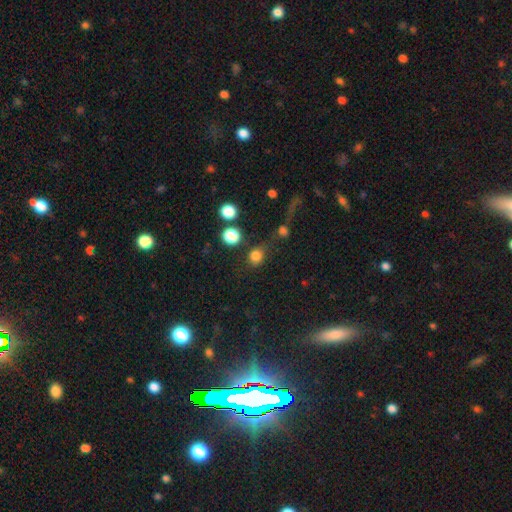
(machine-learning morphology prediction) A smooth galaxy with no disk features (80%) that is round (79%).

Vote fractions:
- Smooth or featured? smooth: 80% / star or artifact: 14% / featured or disk: 6%
- How rounded? round: 79% / in between: 20% / cigar-shaped: 1%
- Merging? none: 64% / minor disturbance: 15% / merger: 11% / major disturbance: 10%